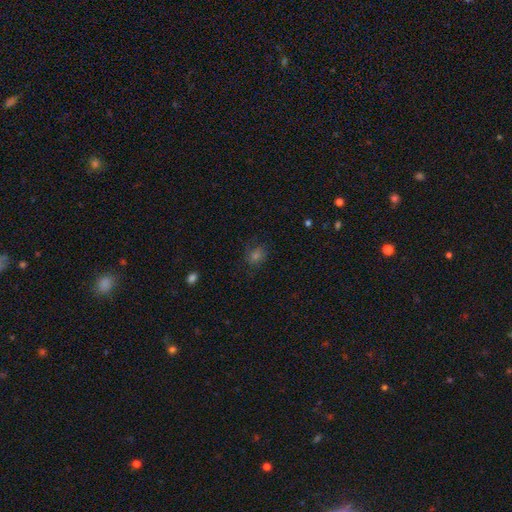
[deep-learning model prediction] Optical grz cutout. It shows a smooth galaxy with no disk features (57%) that is round (71%). Merging: none (78%).